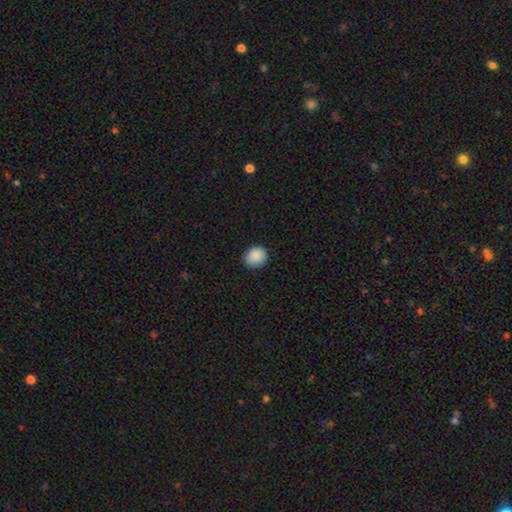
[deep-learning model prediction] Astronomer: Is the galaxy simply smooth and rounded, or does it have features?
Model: smooth — 89%.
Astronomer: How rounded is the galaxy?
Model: round — 75%.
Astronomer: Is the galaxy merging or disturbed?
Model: none — 88%.